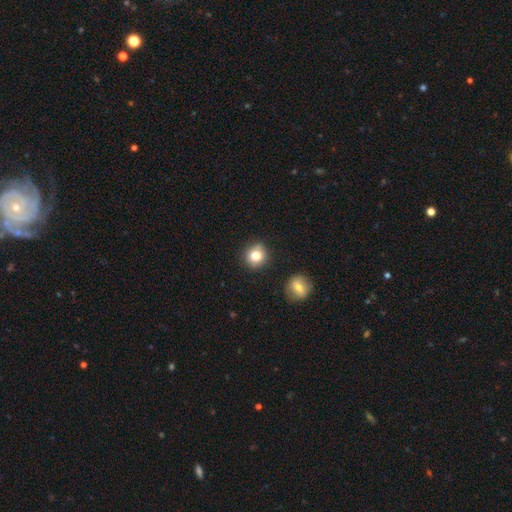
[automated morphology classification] type=smooth (78%); roundness=round (88%); merging=none (84%).